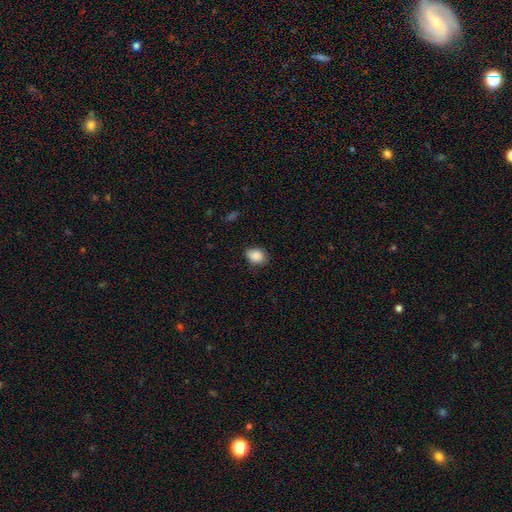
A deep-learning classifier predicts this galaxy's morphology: This appears to be a smooth galaxy with no disk features (88%) that is in between round and cigar-shaped (62%). Merging: none (76%).